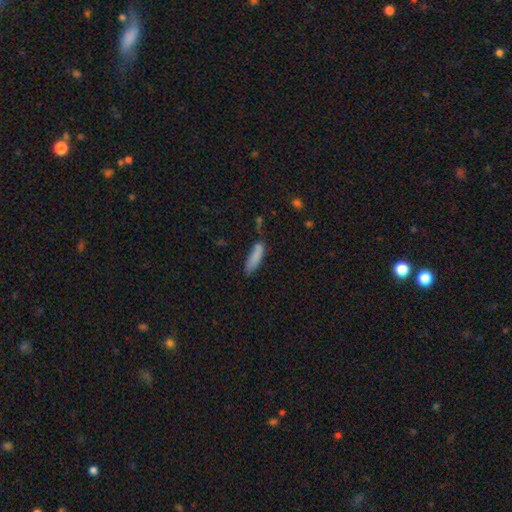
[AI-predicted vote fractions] smooth_or_featured: smooth (p=0.83) [alt: featured or disk p=0.09]
how_rounded: cigar-shaped (p=0.65) [alt: in between p=0.33]
merging: none (p=0.61) [alt: minor disturbance p=0.25]